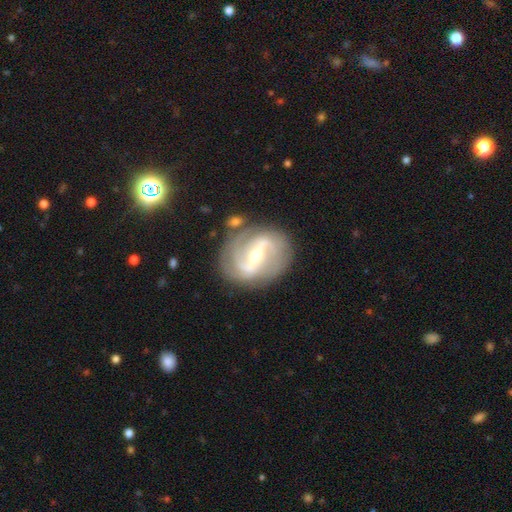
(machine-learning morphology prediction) This is clearly a featured or disk galaxy (85%). It is clearly not viewed edge-on (95%). Bar: likely strong (66%). Spiral arm pattern: clearly yes (90%). Spiral arm count: likely 2 (77%). Spiral winding: marginally medium (40%). Central bulge: possibly moderate (49%). Merging: likely none (76%).